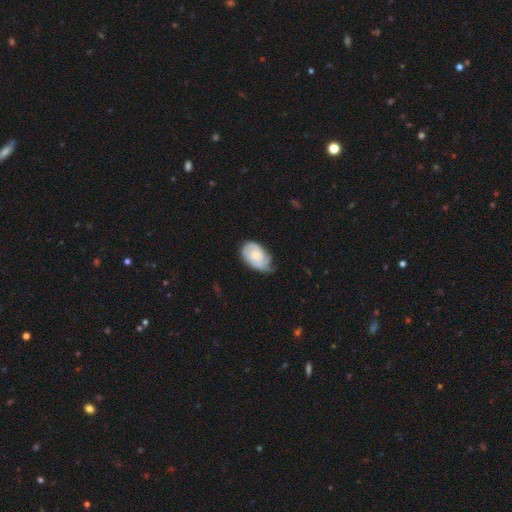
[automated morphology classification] This is possibly a featured or disk galaxy (57%). It is clearly not viewed edge-on (96%). Bar: likely no (77%). Spiral arm pattern: clearly yes (88%). Central bulge: possibly small (52%). Merging: marginally none (43%).